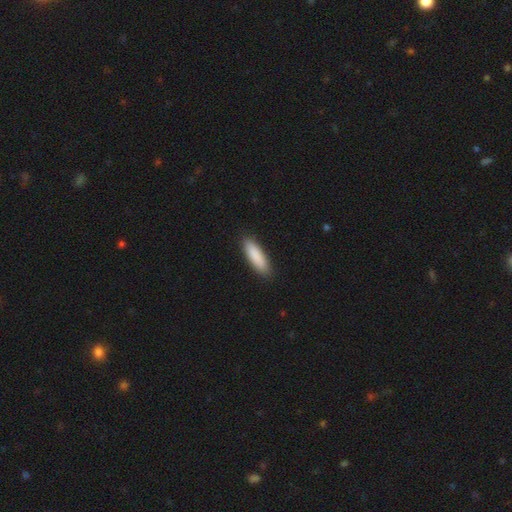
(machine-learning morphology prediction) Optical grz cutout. It shows a smooth galaxy with no disk features (89%) that is cigar-shaped (53%). Merging: none (89%).